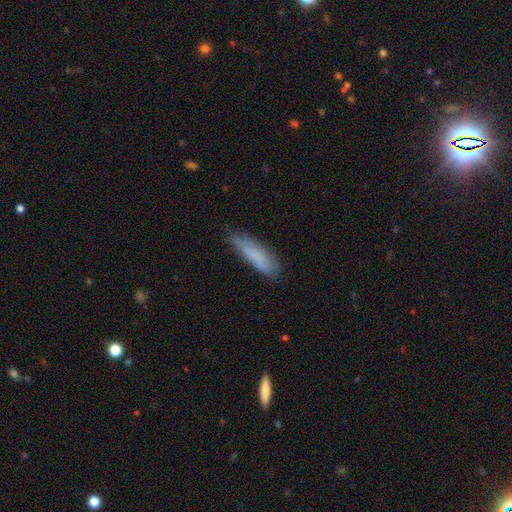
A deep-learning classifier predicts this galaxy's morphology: Smooth or featured? Predicted: smooth (p=0.73). How rounded? Predicted: cigar-shaped (p=0.68). Merging? Predicted: none (p=0.64).